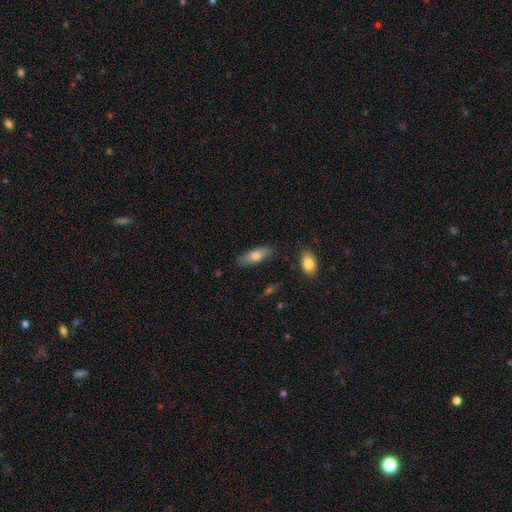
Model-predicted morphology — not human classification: smooth-or-featured: smooth: 74% | featured or disk: 19% | star or artifact: 7%
  how-rounded: in between: 64% | cigar-shaped: 33% | round: 2%
  merging: none: 78% | minor disturbance: 15% | major disturbance: 3% | merger: 3%